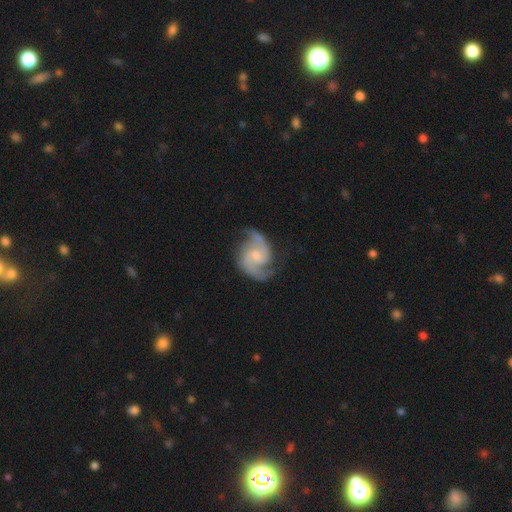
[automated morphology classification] smooth-or-featured: featured or disk: 91% | smooth: 5% | star or artifact: 4%
  disk-edge-on: no: 98% | yes: 2%
    bar: no: 50% | weak: 43% | strong: 7%
    has-spiral-arms: yes: 98% | no: 2%
      spiral-winding: medium: 58% | loose: 22% | tight: 21%
      spiral-arm-count: 2: 92% | 3: 2% | can't tell: 2% | 1: 1% | 4: 1% | more than 4: 1%
    bulge-size: small: 46% | moderate: 38% | none: 12% | large: 3% | dominant: 1%
  merging: none: 75% | minor disturbance: 17% | major disturbance: 6% | merger: 1%